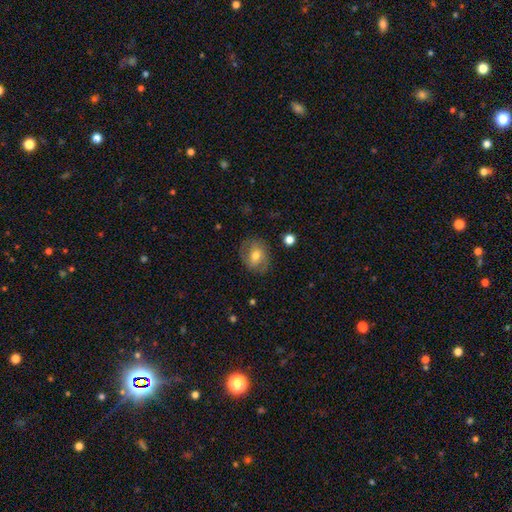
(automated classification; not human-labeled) Smooth or featured: smooth — 56% (featured or disk — 36%)
How rounded: round — 52% (in between — 47%)
Merging: none — 75% (minor disturbance — 17%)